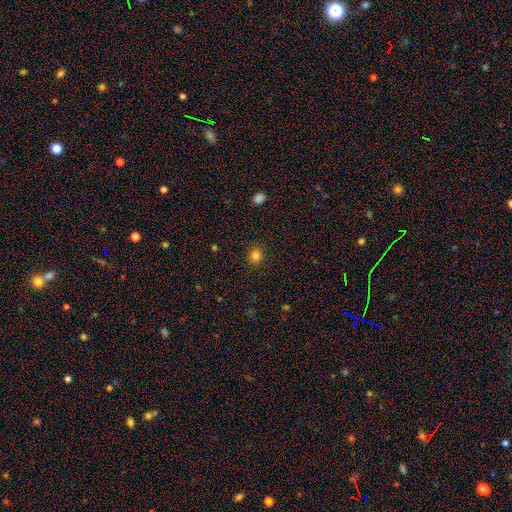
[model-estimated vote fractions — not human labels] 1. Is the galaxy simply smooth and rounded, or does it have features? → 82% smooth, 13% star or artifact, 5% featured or disk.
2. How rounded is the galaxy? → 80% round, 19% in between, 1% cigar-shaped.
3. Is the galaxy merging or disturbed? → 88% none, 8% minor disturbance, 2% major disturbance, 1% merger.